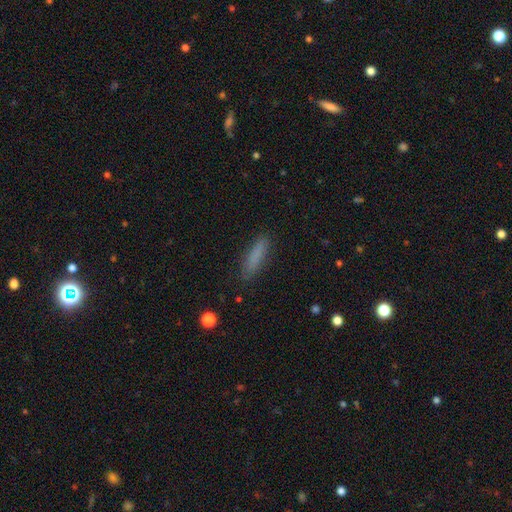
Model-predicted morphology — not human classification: This is clearly a smooth galaxy (81%). How rounded: likely cigar-shaped (78%). Merging: clearly none (84%).